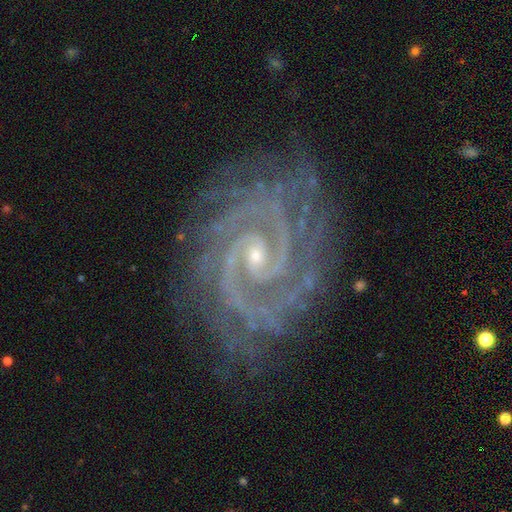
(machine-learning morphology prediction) A featured or disk galaxy (92%) with no bar (43%), 2 (61%) tight (79%) spiral arms (99%) and a small central bulge (76%).

Vote fractions:
- Smooth or featured? featured or disk: 92% / star or artifact: 5% / smooth: 2%
- Edge-on disk? no: 98% / yes: 2%
- Bar? no: 43% / weak: 37% / strong: 19%
- Spiral arms? yes: 99% / no: 1%
- Spiral winding? tight: 79% / medium: 18% / loose: 2%
- Spiral arm count? 2: 61% / 3: 12% / can't tell: 8% / 4: 7% / more than 4: 6% / 1: 5%
- Bulge size? small: 76% / moderate: 21% / none: 2% / large: 1% / dominant: 1%
- Merging? none: 81% / minor disturbance: 13% / major disturbance: 4% / merger: 1%